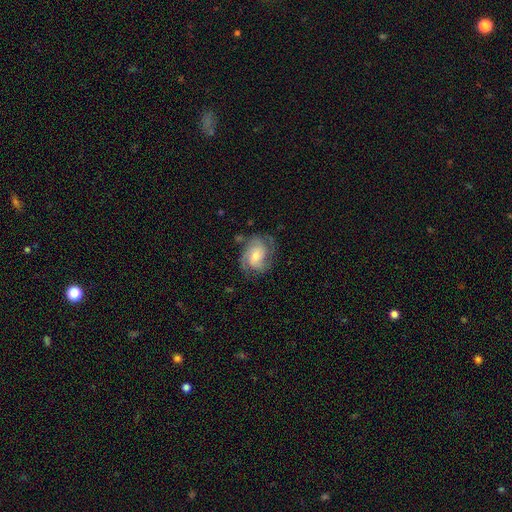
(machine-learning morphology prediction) type=featured or disk (78%); edge-on=no (98%); bar=no (65%); spiral arms=yes (95%); winding=tight (45%); arm count=3 (39%); bulge=moderate (52%); merging=none (68%).